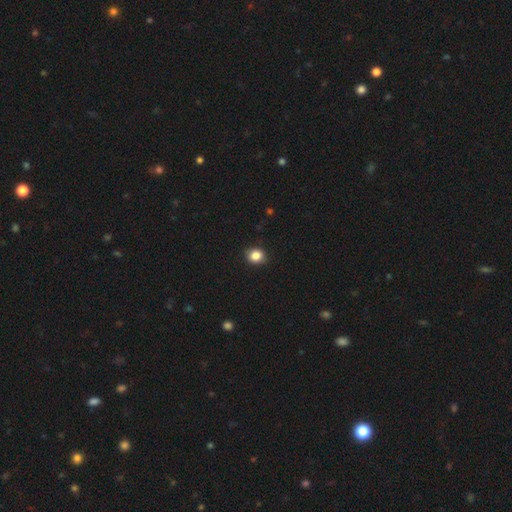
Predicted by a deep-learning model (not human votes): Morphology: type=smooth (85%); roundness=round (68%); merging=none (88%).